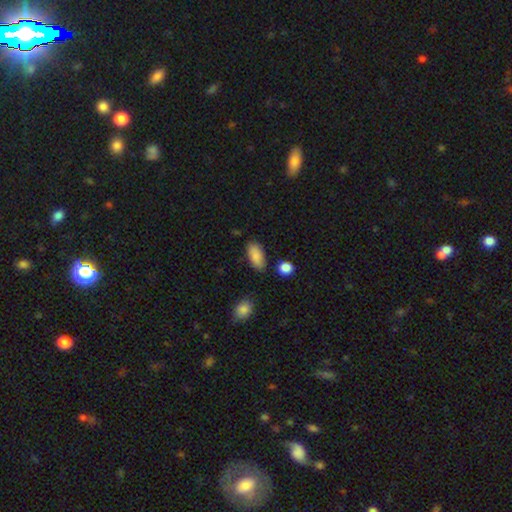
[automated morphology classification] type=smooth (86%); roundness=in between (92%); merging=none (78%).